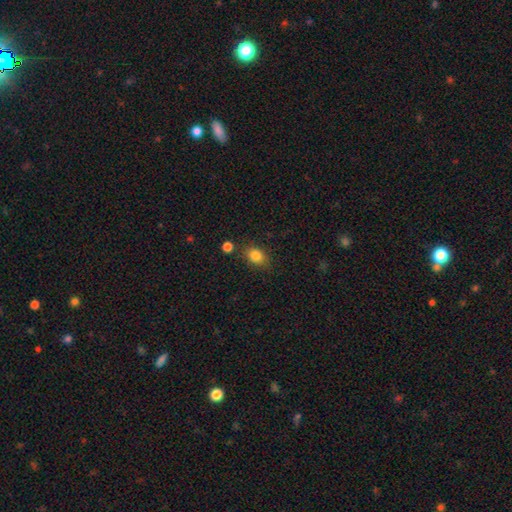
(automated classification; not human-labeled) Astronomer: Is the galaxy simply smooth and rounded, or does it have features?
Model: smooth — 84%.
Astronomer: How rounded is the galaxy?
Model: in between — 62% (runner-up: round, 37%).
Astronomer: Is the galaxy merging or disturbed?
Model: none — 78%.